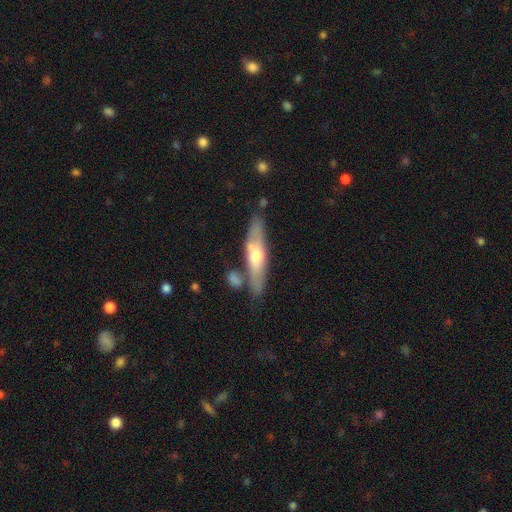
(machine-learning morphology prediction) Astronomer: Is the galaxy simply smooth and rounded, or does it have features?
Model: featured or disk — 54% (runner-up: smooth, 40%).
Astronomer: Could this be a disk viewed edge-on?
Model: yes — 78%.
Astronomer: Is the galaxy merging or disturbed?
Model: none — 72%.